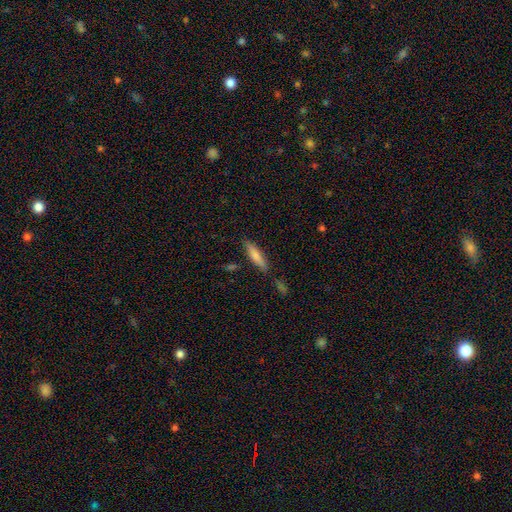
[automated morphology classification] The model was most divided on "smooth or featured": smooth: 70%, featured or disk: 23%, star or artifact: 7%. More confident: merging — none (80%); how rounded — cigar-shaped (75%).